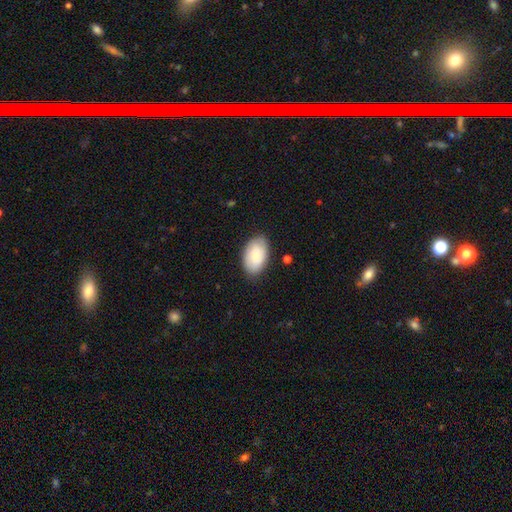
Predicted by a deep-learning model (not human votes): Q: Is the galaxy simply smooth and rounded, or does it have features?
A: smooth — 78%.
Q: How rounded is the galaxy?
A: in between — 93%.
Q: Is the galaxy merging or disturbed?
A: none — 82%.